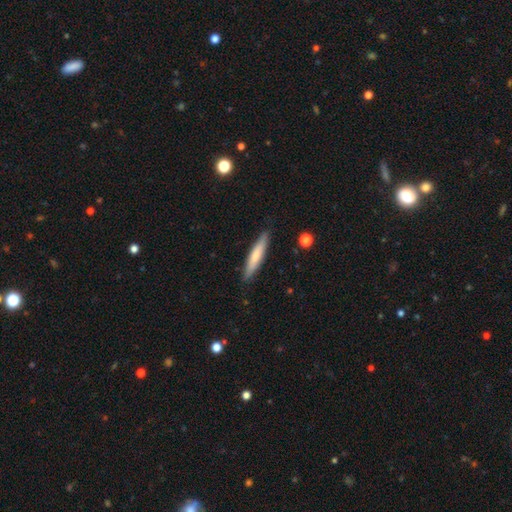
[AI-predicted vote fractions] Smooth or featured? smooth (64%)
How rounded? cigar-shaped (88%)
Merging? none (87%)